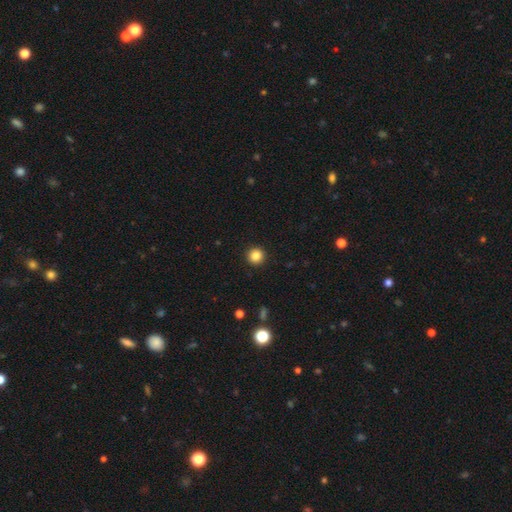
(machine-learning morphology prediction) Q: Smooth or featured?
A: smooth (85%); runner-up: star or artifact (11%)
Q: How rounded?
A: round (95%); runner-up: in between (4%)
Q: Merging?
A: none (93%); runner-up: minor disturbance (4%)